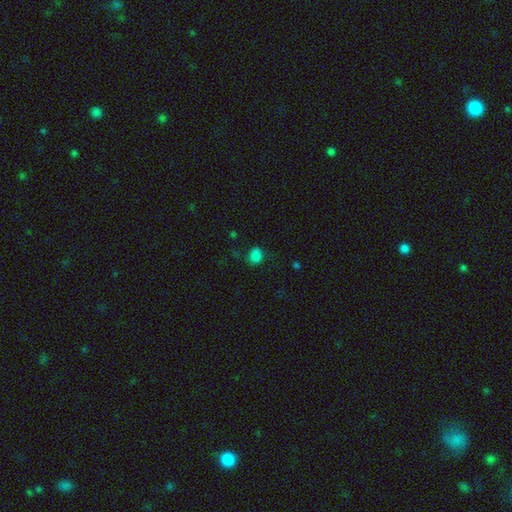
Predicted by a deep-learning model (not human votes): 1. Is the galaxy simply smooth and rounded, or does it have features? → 80% smooth, 16% star or artifact, 4% featured or disk.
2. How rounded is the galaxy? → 55% round, 44% in between, 1% cigar-shaped.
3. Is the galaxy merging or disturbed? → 71% none, 20% minor disturbance, 6% major disturbance, 3% merger.